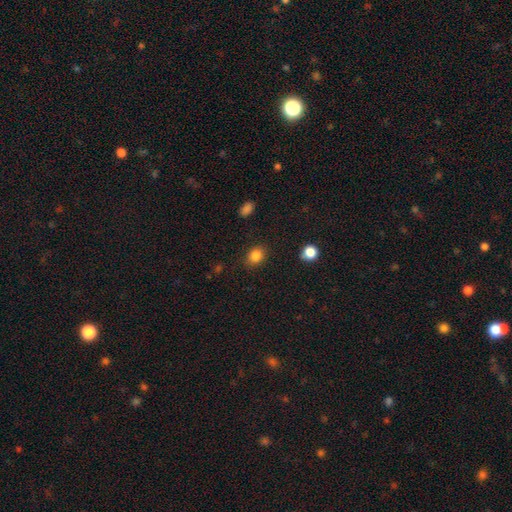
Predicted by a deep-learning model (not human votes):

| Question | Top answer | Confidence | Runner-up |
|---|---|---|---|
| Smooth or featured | smooth | 85% | star or artifact (11%) |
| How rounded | in between | 50% | round (49%) |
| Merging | none | 85% | minor disturbance (11%) |